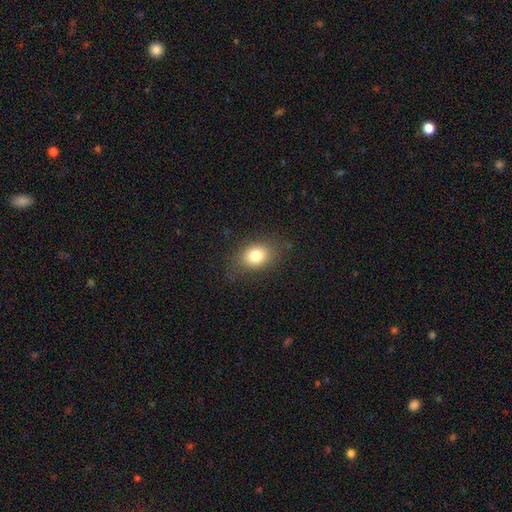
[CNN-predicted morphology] smooth-or-featured: smooth: 80% | featured or disk: 10% | star or artifact: 10%
  how-rounded: in between: 65% | round: 34% | cigar-shaped: 1%
  merging: none: 78% | minor disturbance: 15% | major disturbance: 6% | merger: 1%